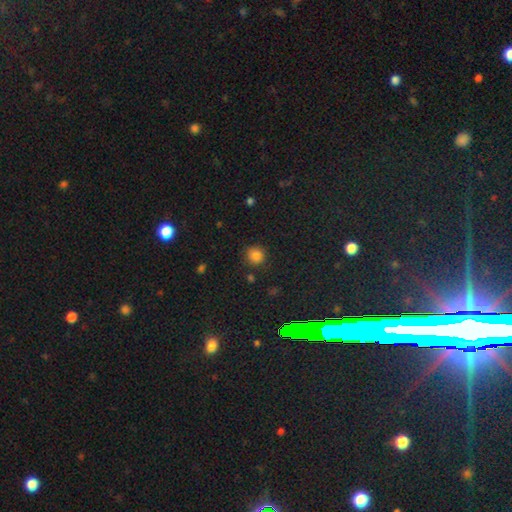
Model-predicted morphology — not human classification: Smooth or featured? Predicted: smooth (p=0.81). How rounded? Predicted: round (p=0.92). Merging? Predicted: none (p=0.85).